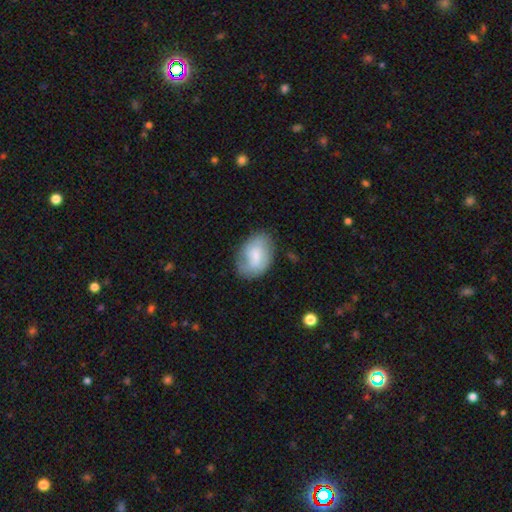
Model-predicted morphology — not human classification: Q: Smooth or featured?
A: smooth (60%); runner-up: featured or disk (33%)
Q: How rounded?
A: in between (82%); runner-up: round (17%)
Q: Merging?
A: none (70%); runner-up: minor disturbance (22%)